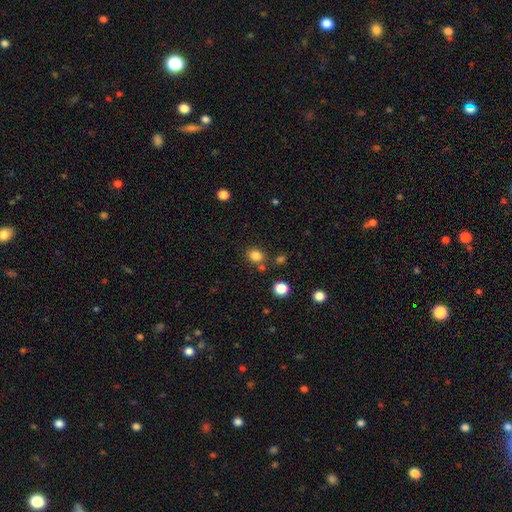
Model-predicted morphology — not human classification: A smooth galaxy with no disk features (82%) that is round (53%).

Vote fractions:
- Smooth or featured? smooth: 82% / star or artifact: 13% / featured or disk: 5%
- How rounded? round: 53% / in between: 46% / cigar-shaped: 1%
- Merging? none: 72% / merger: 12% / minor disturbance: 12% / major disturbance: 4%